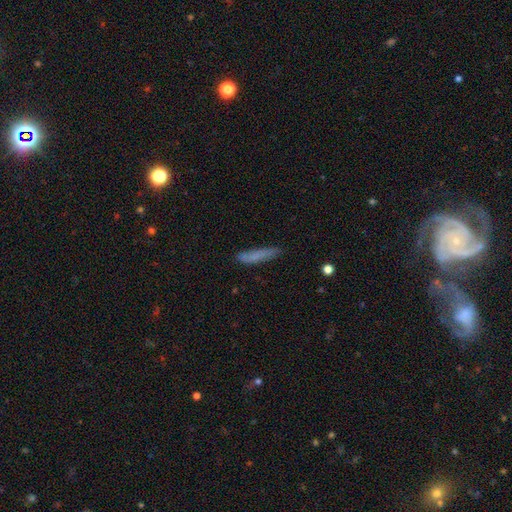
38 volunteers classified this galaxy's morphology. This is likely a smooth galaxy (79%). How rounded: clearly cigar-shaped (100%). Merging: likely none (78%).